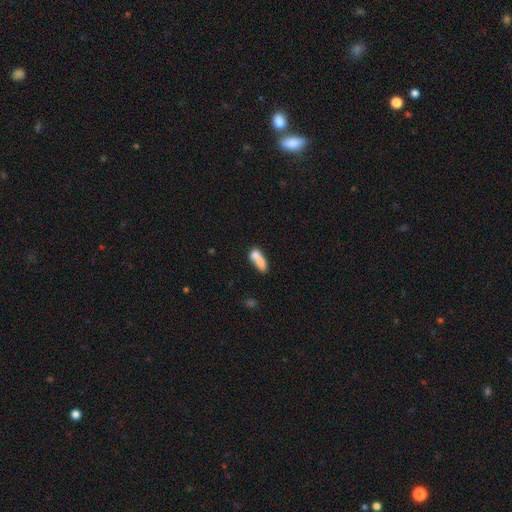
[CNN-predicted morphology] A smooth galaxy with no disk features (71%) that is in between round and cigar-shaped (54%).

Vote fractions:
- Smooth or featured? smooth: 71% / featured or disk: 20% / star or artifact: 9%
- How rounded? in between: 54% / cigar-shaped: 40% / round: 6%
- Merging? merger: 50% / none: 30% / minor disturbance: 13% / major disturbance: 8%